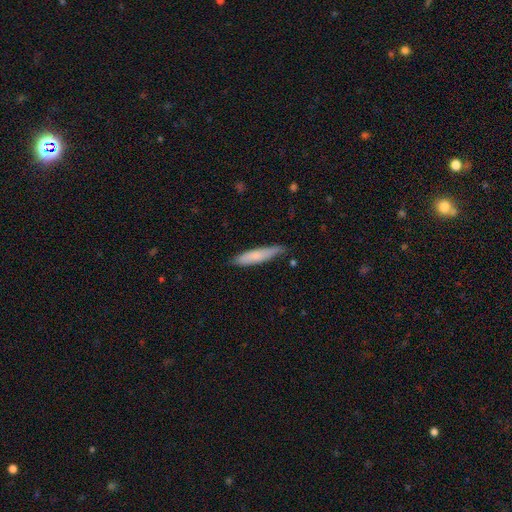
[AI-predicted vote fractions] This appears to be a smooth galaxy with no disk features (75%) that is cigar-shaped (87%). Merging: none (78%).